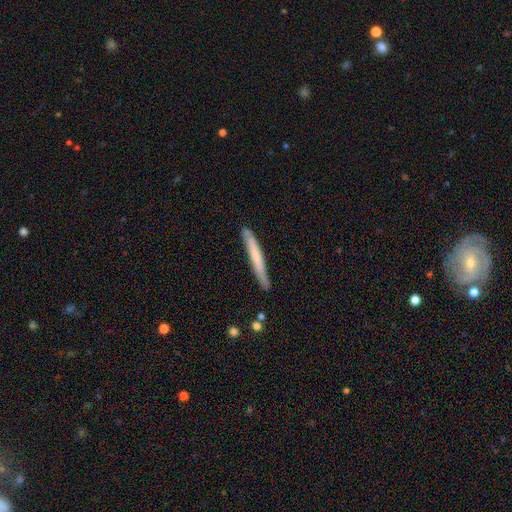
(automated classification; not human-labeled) Overall: smooth (62%; featured or disk 33%). How rounded: cigar-shaped (97%). Merging: none (86%).